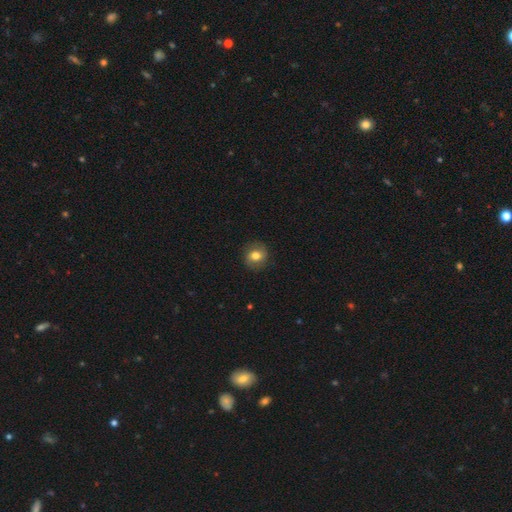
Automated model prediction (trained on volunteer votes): Smooth or featured: smooth — 69% (featured or disk — 22%)
How rounded: round — 75% (in between — 24%)
Merging: none — 85% (minor disturbance — 10%)